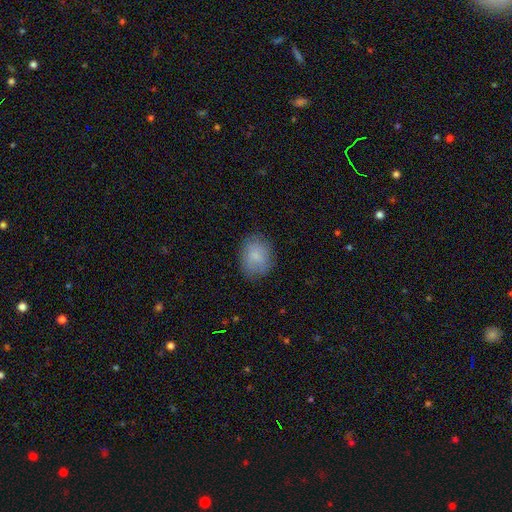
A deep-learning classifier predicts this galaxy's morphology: Smooth or featured? Predicted: smooth (p=0.81). How rounded? Predicted: in between (p=0.55). Merging? Predicted: none (p=0.79).